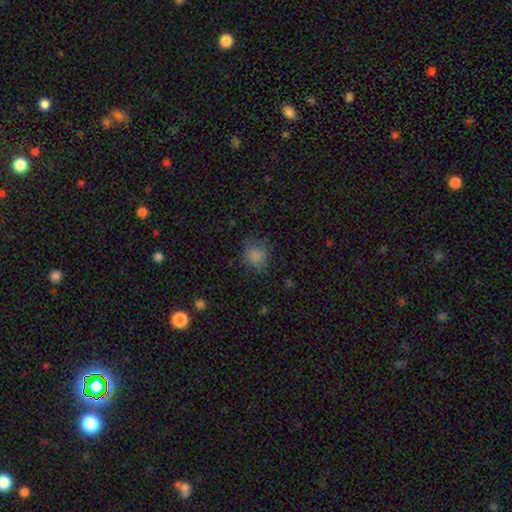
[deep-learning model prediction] A smooth galaxy with no disk features (83%) that is round (82%).

Vote fractions:
- Smooth or featured? smooth: 83% / star or artifact: 11% / featured or disk: 6%
- How rounded? round: 82% / in between: 17% / cigar-shaped: 1%
- Merging? none: 74% / minor disturbance: 18% / major disturbance: 7% / merger: 1%